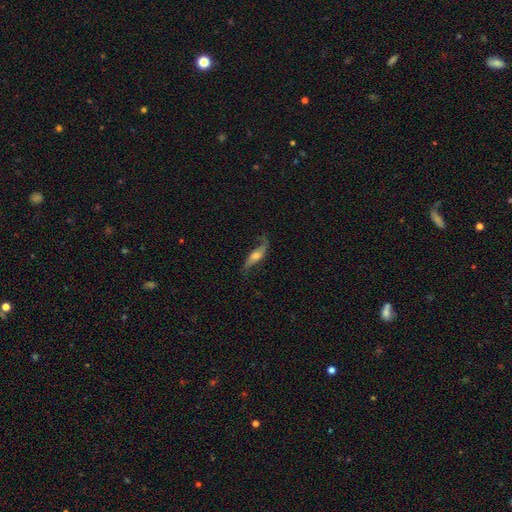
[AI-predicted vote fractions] This appears to be a featured or disk galaxy (77%) with no bar (55%), spiral arms (92%) and a moderate central bulge (59%). Merging: none (68%).